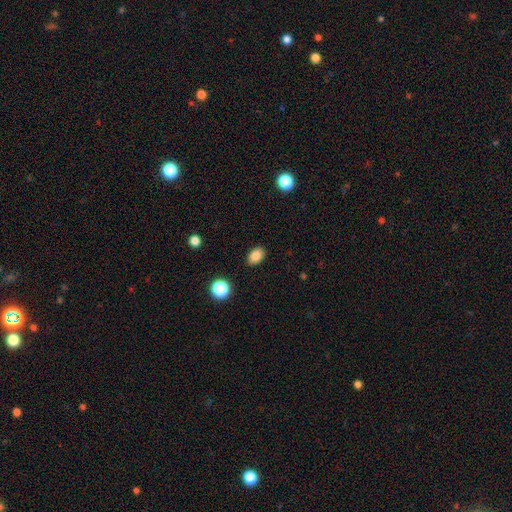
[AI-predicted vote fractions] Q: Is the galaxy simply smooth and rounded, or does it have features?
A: smooth — 86%.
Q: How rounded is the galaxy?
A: in between — 80%.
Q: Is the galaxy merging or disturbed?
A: none — 88%.